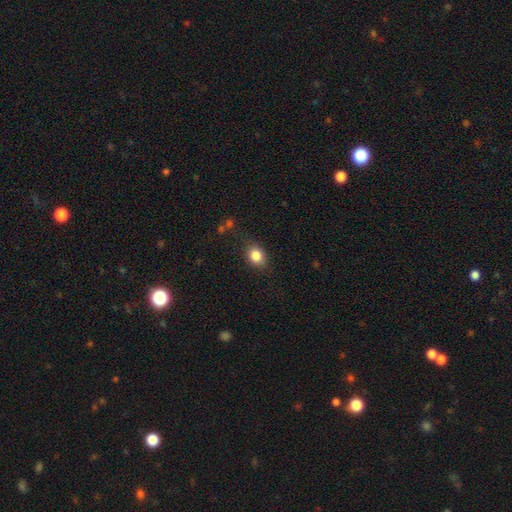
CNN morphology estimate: A smooth galaxy with no disk features (84%) that is in between round and cigar-shaped (53%).

Vote fractions:
- Smooth or featured? smooth: 84% / star or artifact: 10% / featured or disk: 6%
- How rounded? in between: 53% / round: 45% / cigar-shaped: 1%
- Merging? none: 79% / minor disturbance: 15% / major disturbance: 4% / merger: 2%